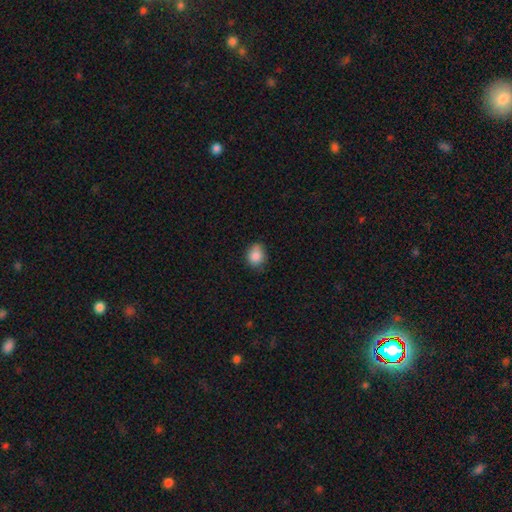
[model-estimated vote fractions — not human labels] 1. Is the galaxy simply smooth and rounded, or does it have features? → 86% smooth, 9% star or artifact, 5% featured or disk.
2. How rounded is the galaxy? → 59% round, 40% in between, 1% cigar-shaped.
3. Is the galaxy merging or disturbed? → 68% none, 26% minor disturbance, 4% major disturbance, 1% merger.